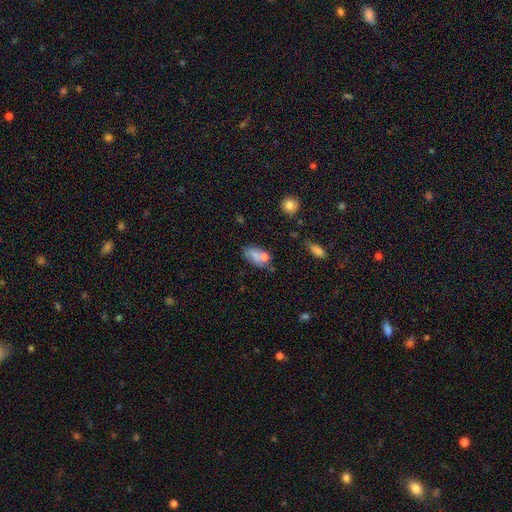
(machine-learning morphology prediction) type=smooth (68%); roundness=in between (88%); merging=none (43%).